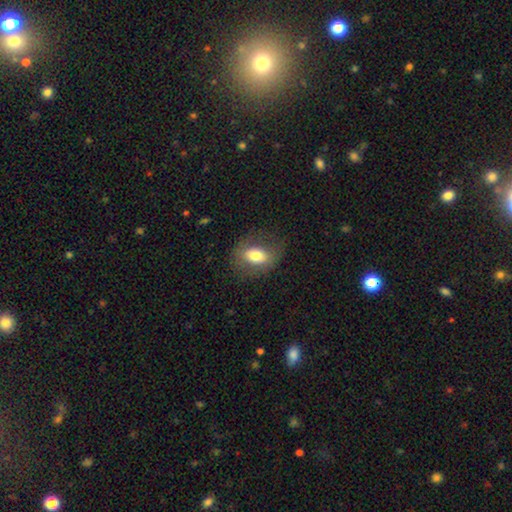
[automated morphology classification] Smooth or featured: smooth — 68% (featured or disk — 24%)
How rounded: in between — 75% (round — 23%)
Merging: none — 74% (minor disturbance — 16%)